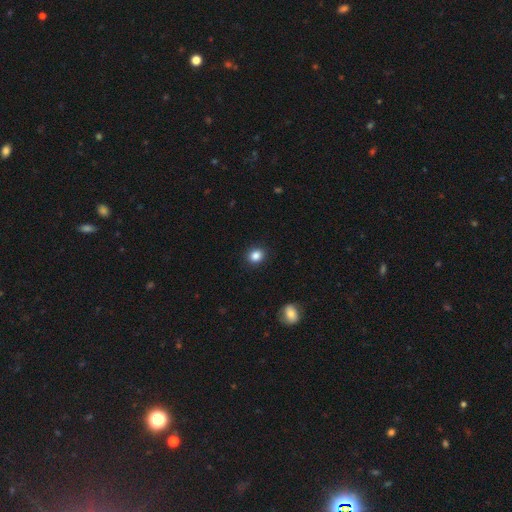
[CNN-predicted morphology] smooth_or_featured: smooth (p=0.86) [alt: star or artifact p=0.10]
how_rounded: round (p=0.71) [alt: in between p=0.28]
merging: none (p=0.90) [alt: minor disturbance p=0.07]